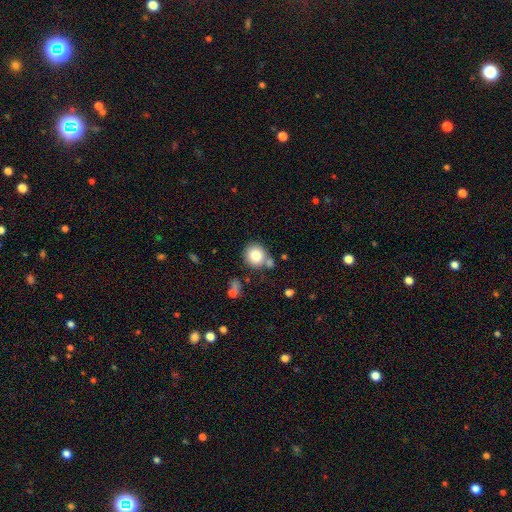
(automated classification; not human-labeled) Overall: smooth (82%). How rounded: round (86%). Merging: none (66%).